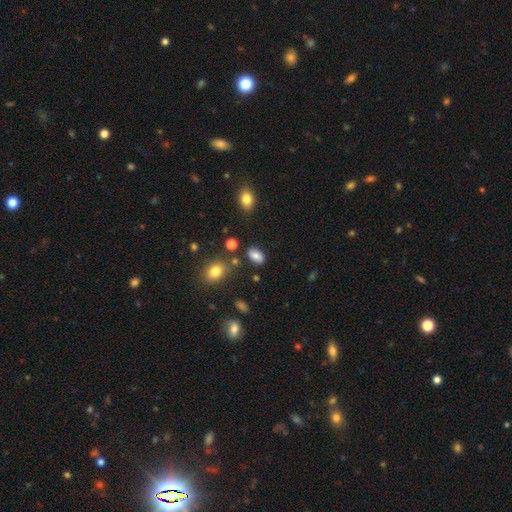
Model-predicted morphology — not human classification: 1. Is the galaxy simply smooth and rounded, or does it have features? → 82% smooth, 10% star or artifact, 8% featured or disk.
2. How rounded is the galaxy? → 90% in between, 8% round, 2% cigar-shaped.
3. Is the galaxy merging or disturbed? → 81% none, 12% minor disturbance, 4% merger, 3% major disturbance.